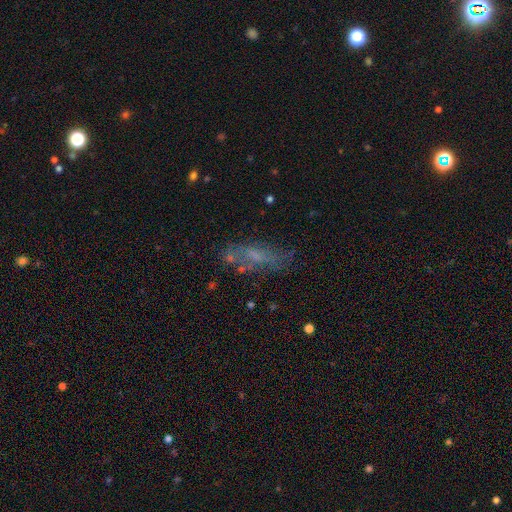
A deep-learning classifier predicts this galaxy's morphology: Smooth or featured? Predicted: smooth (p=0.47). Merging? Predicted: none (p=0.57).